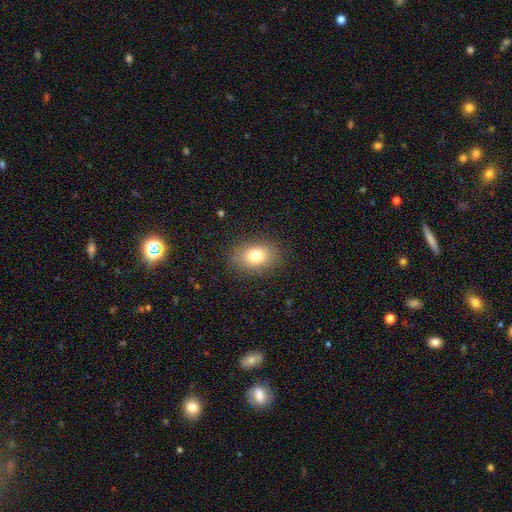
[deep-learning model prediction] This is likely a smooth galaxy (78%). How rounded: likely in between (67%). Merging: clearly none (86%).